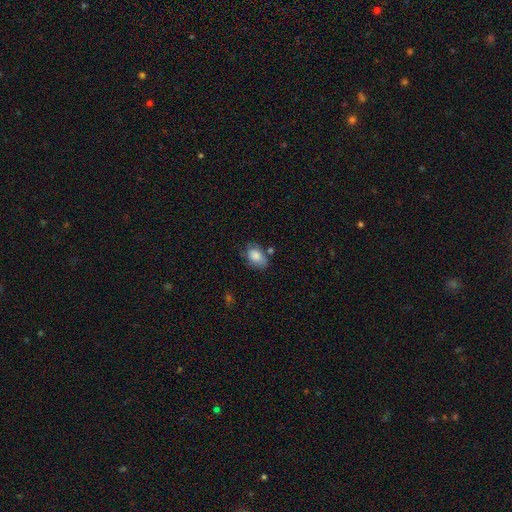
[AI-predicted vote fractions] A smooth galaxy with no disk features (80%) that is in between round and cigar-shaped (87%). Merging: none (55%).